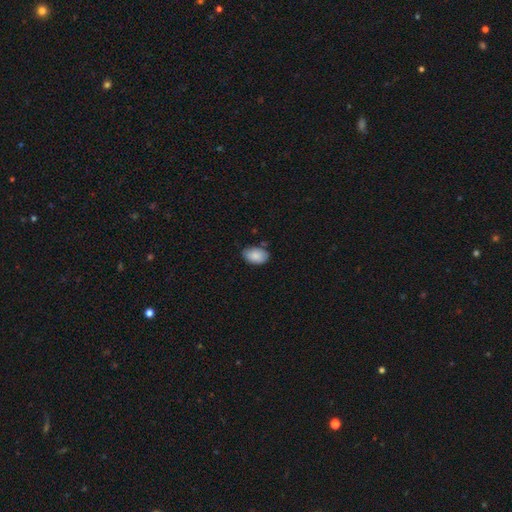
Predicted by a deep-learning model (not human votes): Smooth or featured? Predicted: smooth (p=0.87). How rounded? Predicted: in between (p=0.89). Merging? Predicted: none (p=0.71).